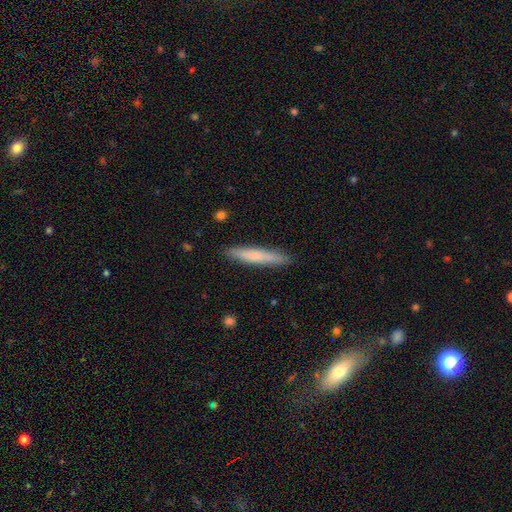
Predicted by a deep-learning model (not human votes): smooth-or-featured: smooth: 72% | featured or disk: 23% | star or artifact: 6%
  how-rounded: cigar-shaped: 94% | in between: 5% | round: 1%
  merging: none: 89% | minor disturbance: 8% | major disturbance: 2% | merger: 1%